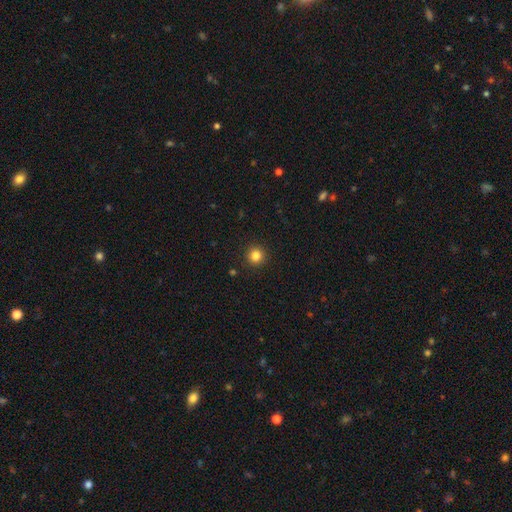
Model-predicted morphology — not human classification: This appears to be a smooth galaxy with no disk features (83%) that is round (95%). Merging: none (93%).